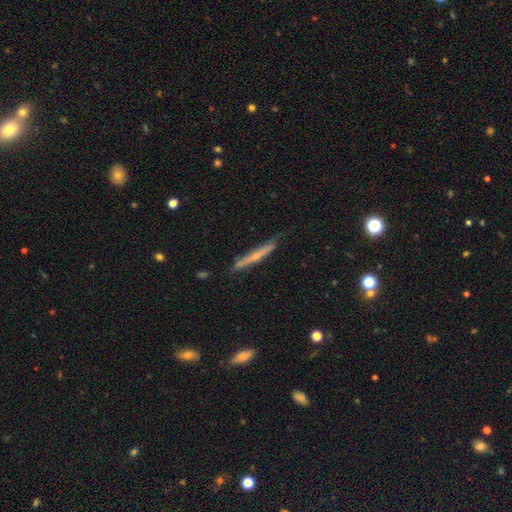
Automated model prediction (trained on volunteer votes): Morphology: type=featured or disk (60%); edge-on=yes (95%); edge-on bulge=rounded (57%); merging=none (76%).